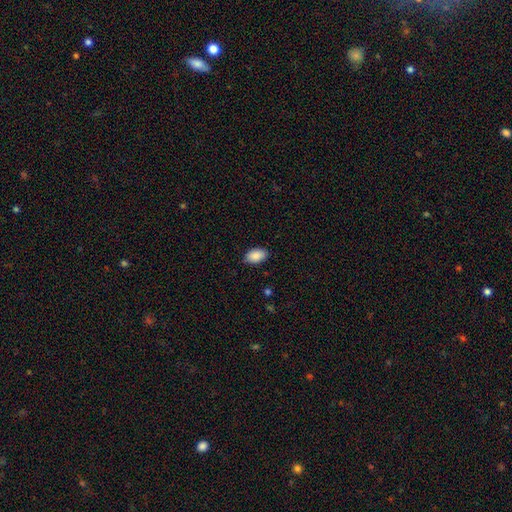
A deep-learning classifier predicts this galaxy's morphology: Overall: smooth (88%). How rounded: in between (93%). Merging: none (86%).